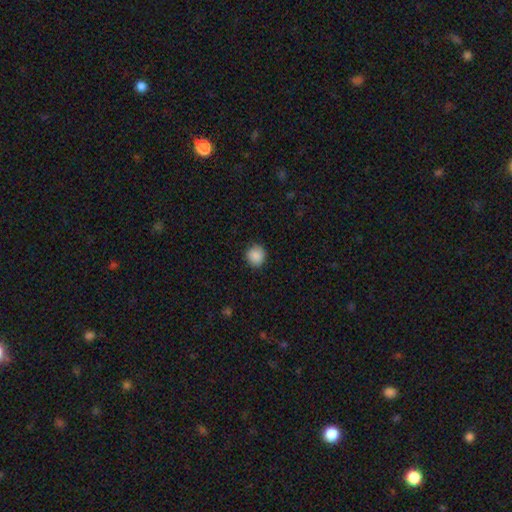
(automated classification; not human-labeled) Morphology: type=smooth (88%); roundness=round (90%); merging=none (88%).